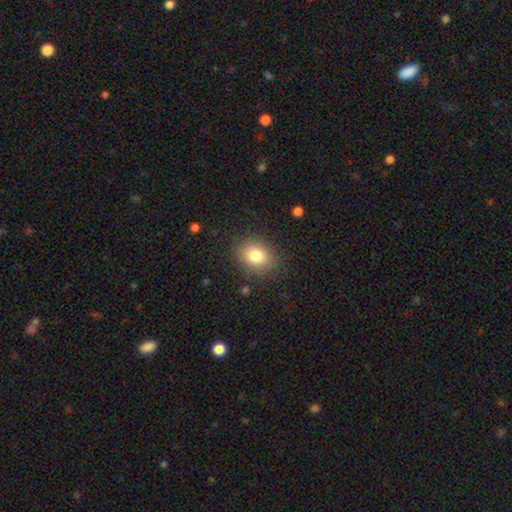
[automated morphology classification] Overall: smooth (81%). How rounded: in between (57%; round 42%). Merging: none (84%).